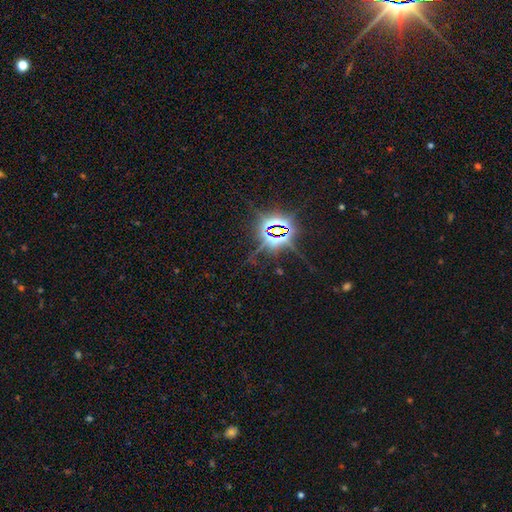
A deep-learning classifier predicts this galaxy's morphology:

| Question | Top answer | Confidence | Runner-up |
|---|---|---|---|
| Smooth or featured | star or artifact | 85% | smooth (8%) |